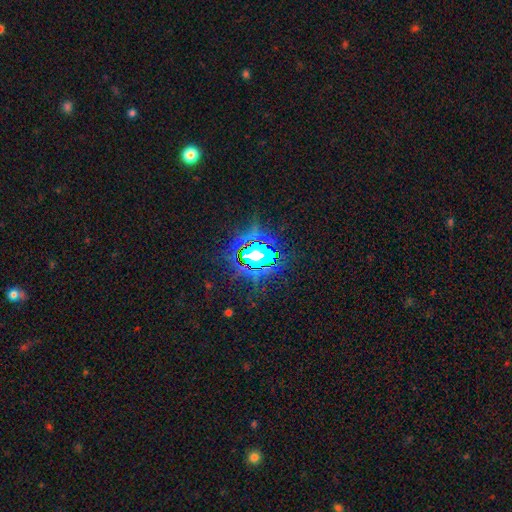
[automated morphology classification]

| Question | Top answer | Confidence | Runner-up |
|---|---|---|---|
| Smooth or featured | star or artifact | 83% | smooth (10%) |